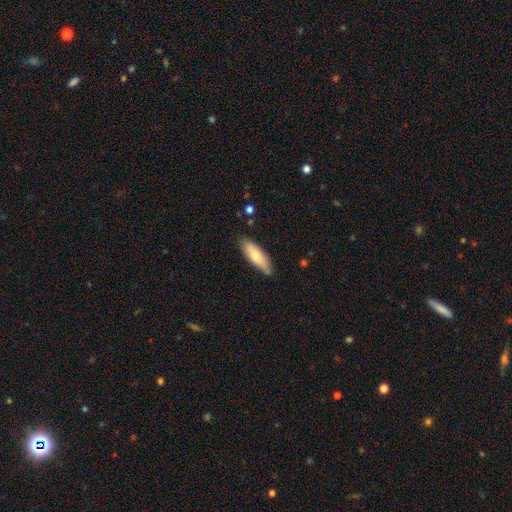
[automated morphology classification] smooth_or_featured: smooth (p=0.69) [alt: featured or disk p=0.25]
how_rounded: in between (p=0.55) [alt: cigar-shaped p=0.43]
merging: none (p=0.77) [alt: minor disturbance p=0.18]